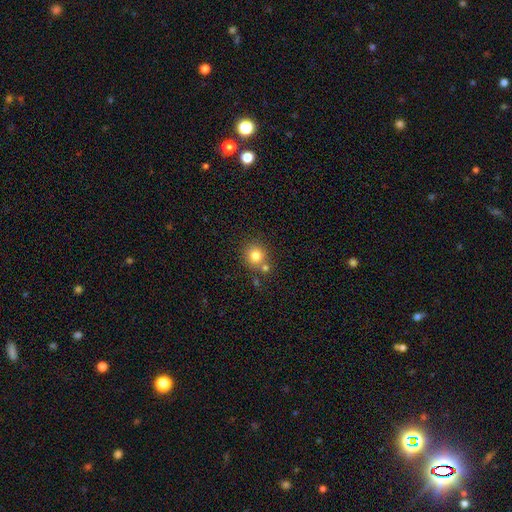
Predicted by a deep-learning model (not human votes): smooth_or_featured: smooth (p=0.80) [alt: star or artifact p=0.12]
how_rounded: round (p=0.90) [alt: in between p=0.09]
merging: none (p=0.69) [alt: merger p=0.19]